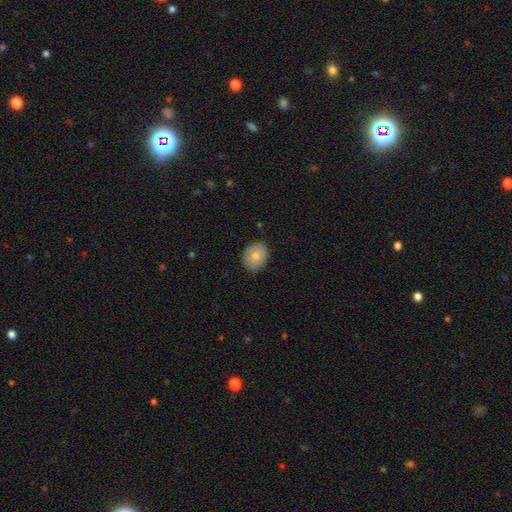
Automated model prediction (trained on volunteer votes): Smooth or featured? smooth (79%)
How rounded? in between (59%)
Merging? none (85%)